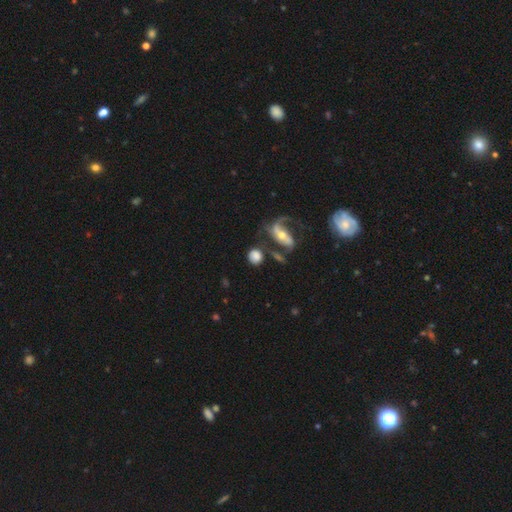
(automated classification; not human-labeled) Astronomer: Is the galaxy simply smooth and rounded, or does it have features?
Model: smooth — 62%.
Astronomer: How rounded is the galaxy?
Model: round — 73%.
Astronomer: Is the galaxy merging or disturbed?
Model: none — 55%.